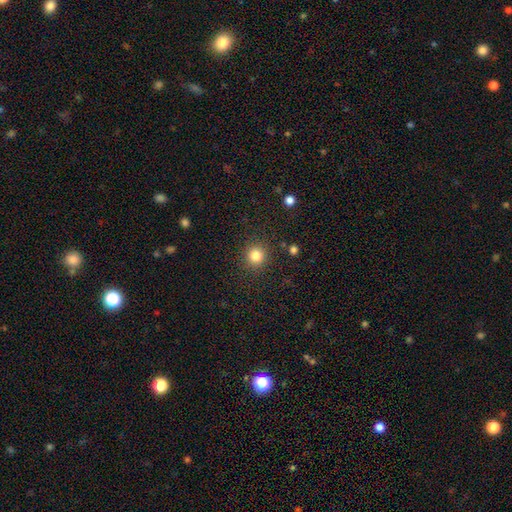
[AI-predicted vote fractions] Smooth or featured?
  - smooth: 83% *
  - star or artifact: 12%
  - featured or disk: 5%
How rounded?
  - round: 93% *
  - in between: 6%
  - cigar-shaped: 1%
Merging?
  - none: 90% *
  - minor disturbance: 6%
  - major disturbance: 2%
  - merger: 2%